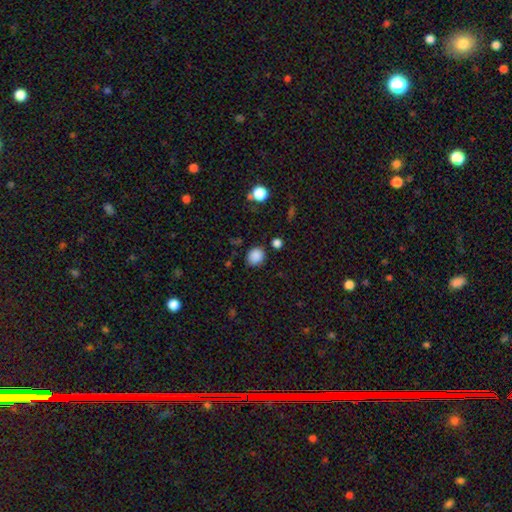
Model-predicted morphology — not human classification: The model was most divided on "how rounded": round: 68%, in between: 31%, cigar-shaped: 1%. More confident: smooth or featured — smooth (86%); merging — none (81%).